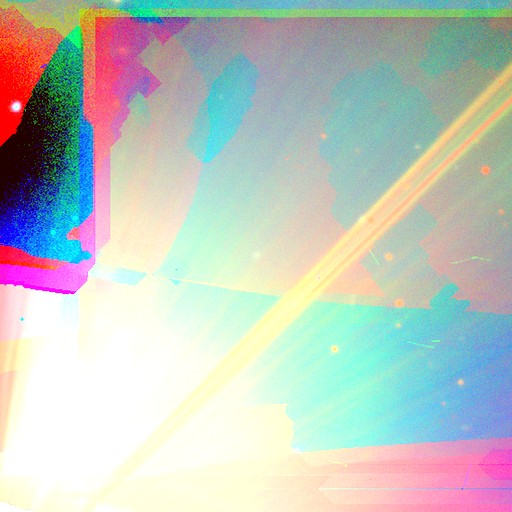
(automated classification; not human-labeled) Q: Smooth or featured?
A: star or artifact (88%); runner-up: featured or disk (7%)